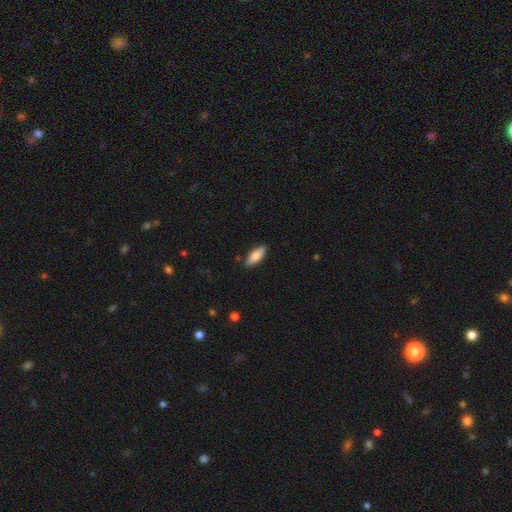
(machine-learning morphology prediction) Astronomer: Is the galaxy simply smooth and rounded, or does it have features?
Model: smooth — 76%.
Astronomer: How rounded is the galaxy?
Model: in between — 66%.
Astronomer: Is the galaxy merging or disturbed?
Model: none — 87%.